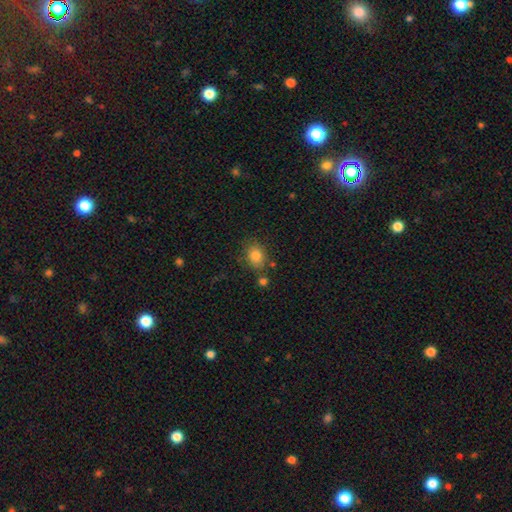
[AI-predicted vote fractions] This appears to be a smooth galaxy with no disk features (83%) that is in between round and cigar-shaped (62%). Merging: none (74%).